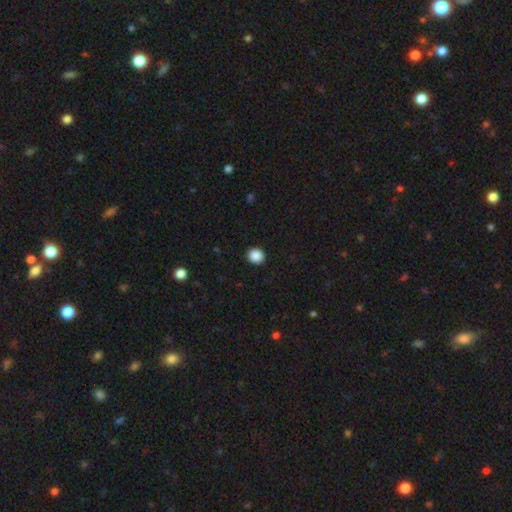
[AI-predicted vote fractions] The model was most divided on "how rounded": round: 86%, in between: 13%, cigar-shaped: 1%. More confident: merging — none (92%); smooth or featured — smooth (88%).